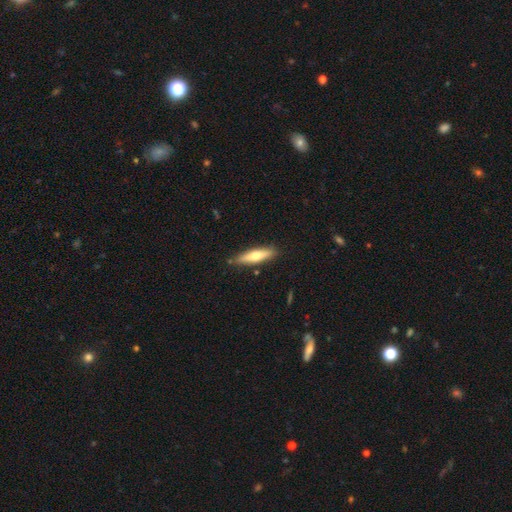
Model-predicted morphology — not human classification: Q: Smooth or featured?
A: smooth (57%); runner-up: featured or disk (37%)
Q: How rounded?
A: cigar-shaped (72%); runner-up: in between (26%)
Q: Merging?
A: none (84%); runner-up: minor disturbance (11%)